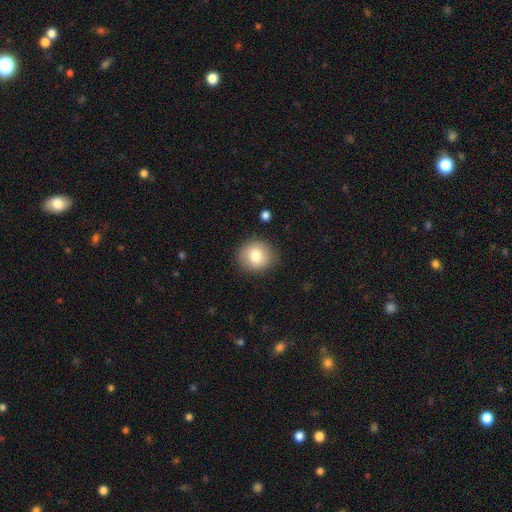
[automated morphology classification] Overall: smooth (80%). How rounded: round (83%). Merging: none (86%).